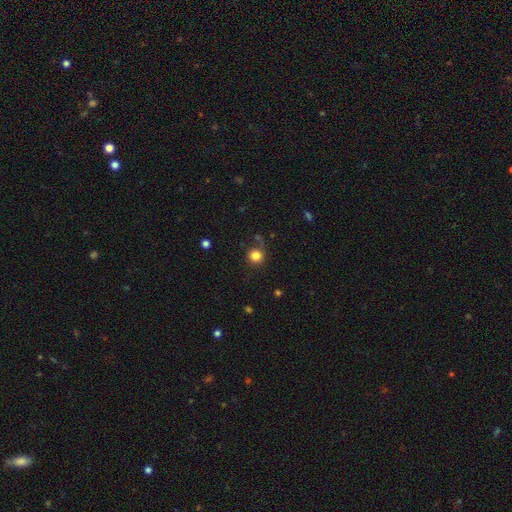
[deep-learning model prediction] A smooth galaxy with no disk features (82%) that is round (89%). Merging: none (72%).